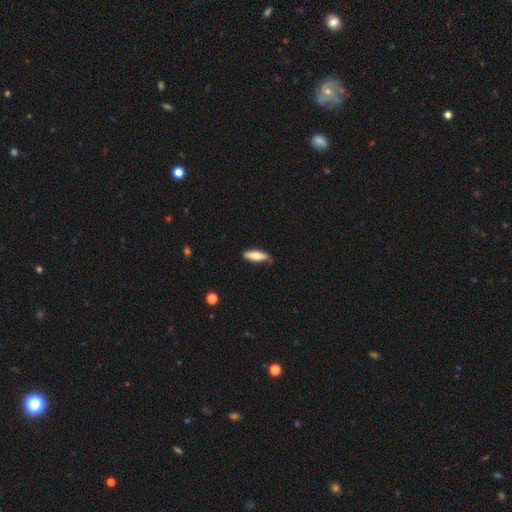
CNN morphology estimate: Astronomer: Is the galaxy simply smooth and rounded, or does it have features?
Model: smooth — 71%.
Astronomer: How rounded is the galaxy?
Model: in between — 50% (runner-up: cigar-shaped, 48%).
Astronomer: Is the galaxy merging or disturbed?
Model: none — 74%.